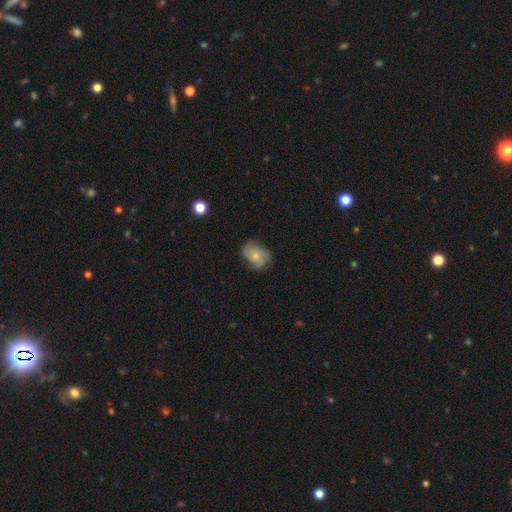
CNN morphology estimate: smooth-or-featured: smooth: 59% | featured or disk: 33% | star or artifact: 8%
  how-rounded: in between: 65% | round: 34% | cigar-shaped: 1%
  merging: none: 61% | minor disturbance: 29% | major disturbance: 9% | merger: 1%